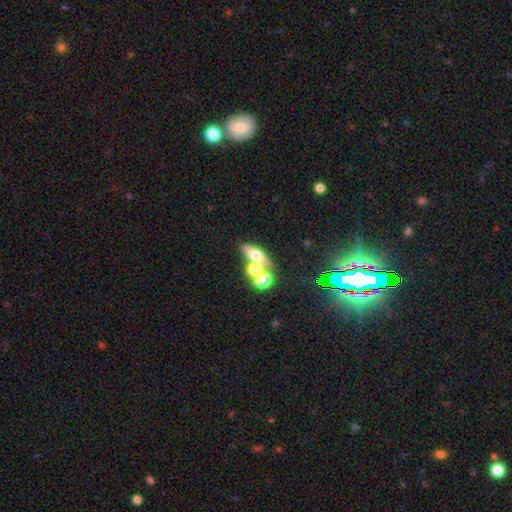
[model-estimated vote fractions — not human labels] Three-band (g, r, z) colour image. It shows a smooth galaxy with no disk features (47%). Merging: none (49%).